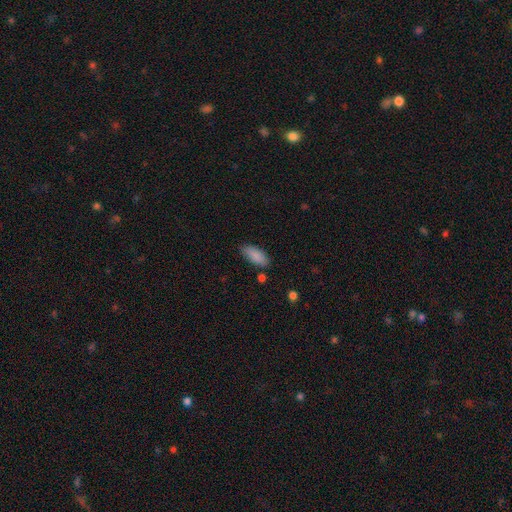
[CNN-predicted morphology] This is clearly a smooth galaxy (88%). How rounded: clearly in between (81%). Merging: clearly none (80%).